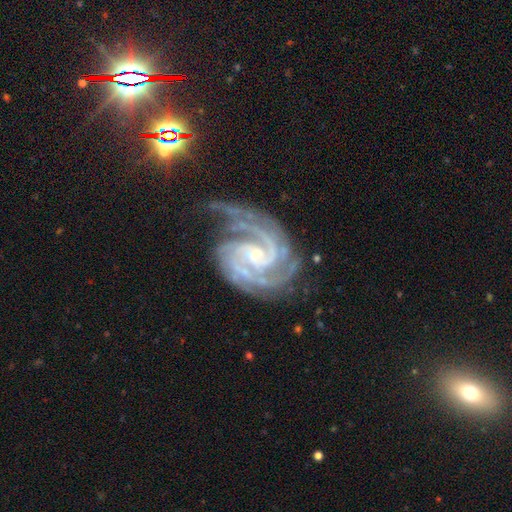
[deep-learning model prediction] This appears to be a featured or disk galaxy (93%) with no bar (52%), 2 (40%) tight (66%) spiral arms (99%) and a small central bulge (71%). Merging: none (62%).